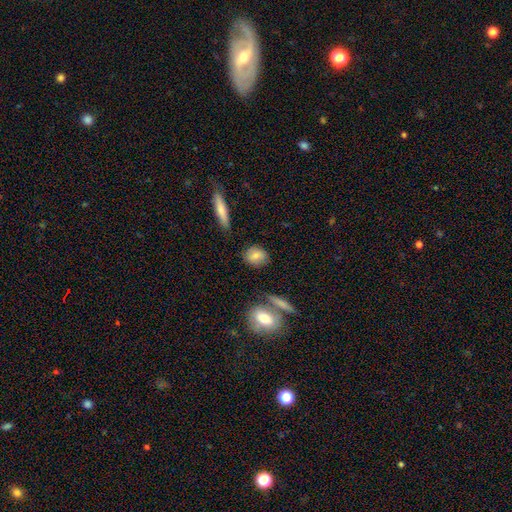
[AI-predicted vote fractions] Smooth or featured? Predicted: smooth (p=0.80). How rounded? Predicted: round (p=0.53). Merging? Predicted: none (p=0.81).